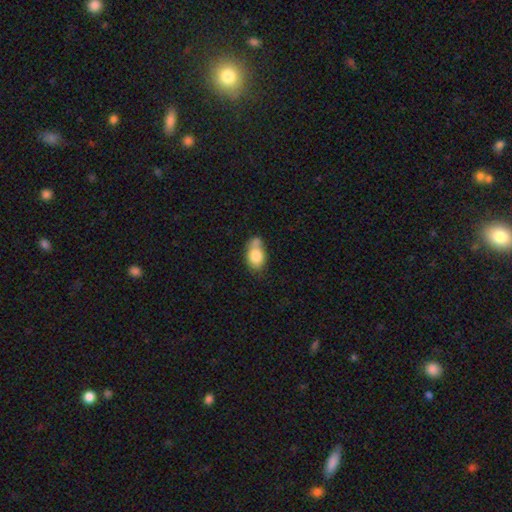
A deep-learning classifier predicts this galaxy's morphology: type=smooth (79%); roundness=in between (83%); merging=none (40%).